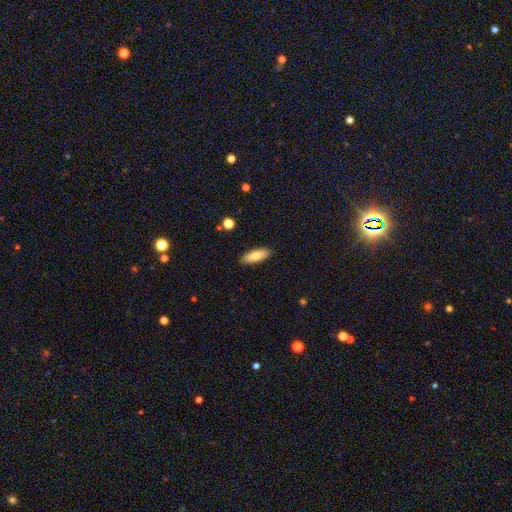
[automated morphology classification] smooth 75%, featured or disk 18%, star or artifact 7%. Down the decision tree: how rounded — in between (65%); merging — none (89%).